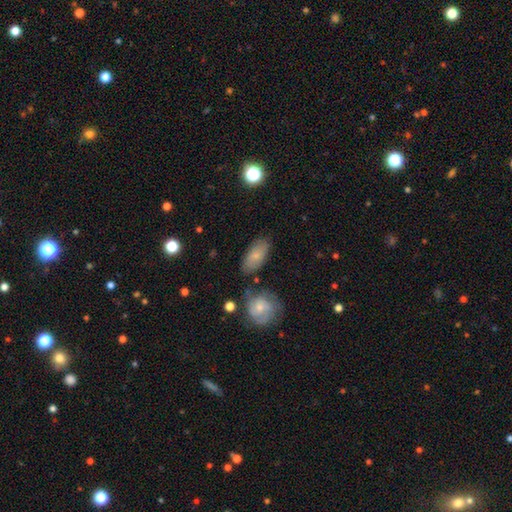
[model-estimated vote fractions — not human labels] Smooth or featured? smooth (72%)
How rounded? in between (89%)
Merging? none (73%)